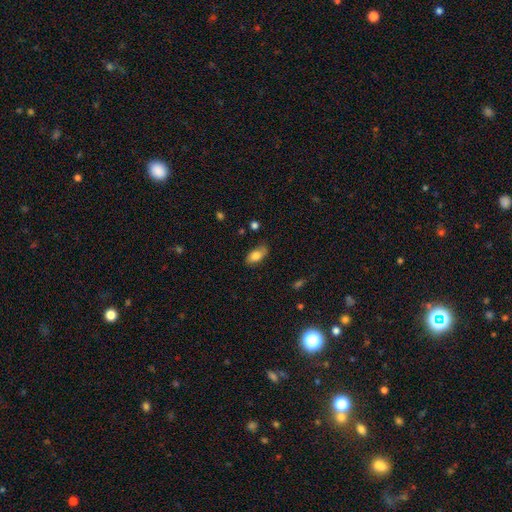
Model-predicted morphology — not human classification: Smooth or featured?
  - smooth: 81% *
  - featured or disk: 11%
  - star or artifact: 7%
How rounded?
  - in between: 90% *
  - cigar-shaped: 6%
  - round: 4%
Merging?
  - none: 72% *
  - minor disturbance: 22%
  - major disturbance: 4%
  - merger: 2%